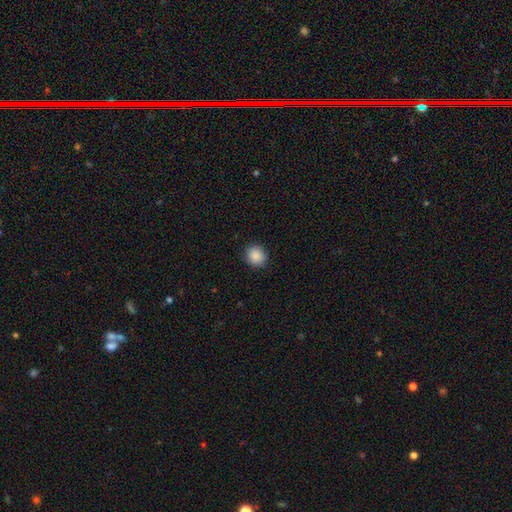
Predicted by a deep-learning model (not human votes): Morphology: type=smooth (89%); roundness=round (84%); merging=none (90%).